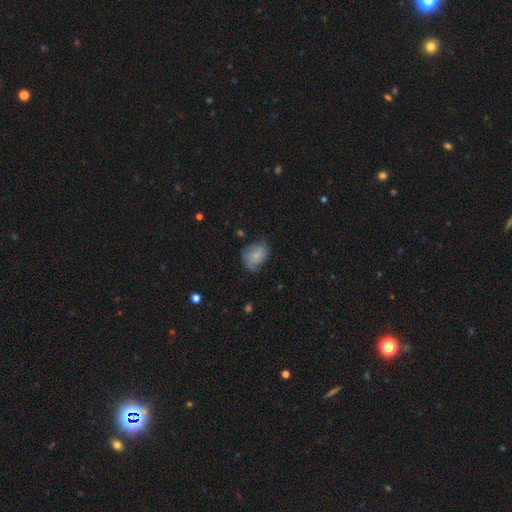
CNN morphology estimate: A smooth galaxy with no disk features (58%) that is in between round and cigar-shaped (57%).

Vote fractions:
- Smooth or featured? smooth: 58% / featured or disk: 33% / star or artifact: 9%
- How rounded? in between: 57% / round: 42% / cigar-shaped: 1%
- Merging? none: 56% / minor disturbance: 31% / major disturbance: 11% / merger: 2%